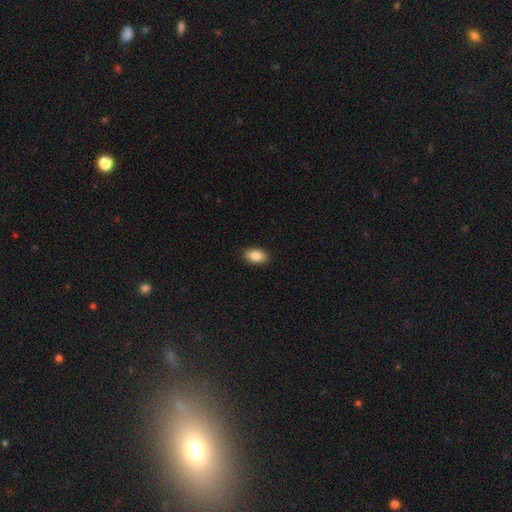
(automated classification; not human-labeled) Q: Smooth or featured?
A: smooth (88%); runner-up: star or artifact (7%)
Q: How rounded?
A: in between (91%); runner-up: round (7%)
Q: Merging?
A: none (89%); runner-up: minor disturbance (8%)